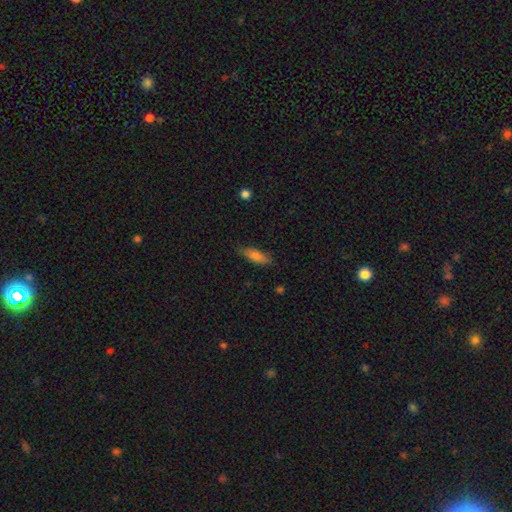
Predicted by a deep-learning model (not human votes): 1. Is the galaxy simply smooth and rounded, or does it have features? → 76% smooth, 17% featured or disk, 7% star or artifact.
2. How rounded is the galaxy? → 54% in between, 44% cigar-shaped, 2% round.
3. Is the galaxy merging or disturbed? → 82% none, 14% minor disturbance, 3% major disturbance, 1% merger.